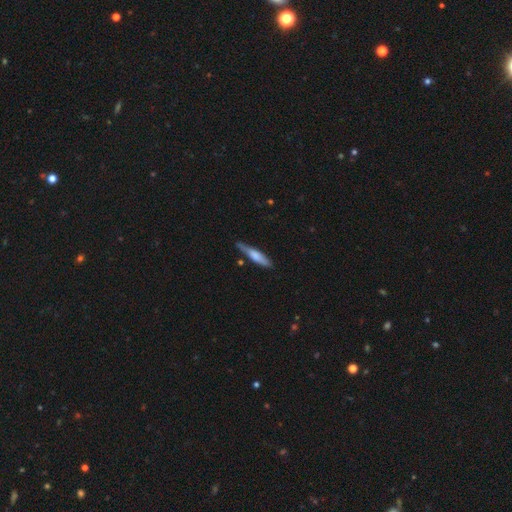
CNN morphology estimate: smooth_or_featured: smooth (p=0.63) [alt: featured or disk p=0.32]
how_rounded: cigar-shaped (p=0.83) [alt: in between p=0.16]
merging: none (p=0.72) [alt: minor disturbance p=0.21]